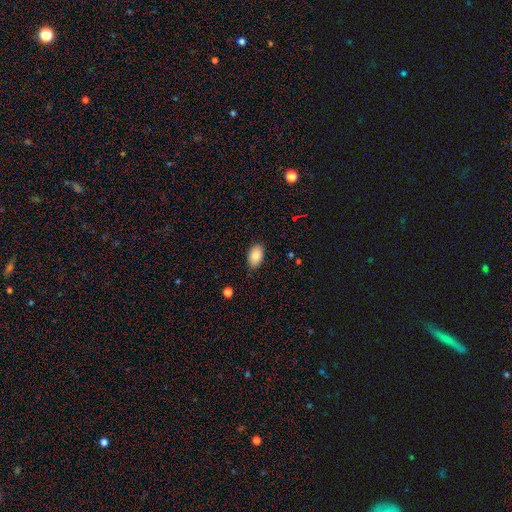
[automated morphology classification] smooth_or_featured: smooth (p=0.86) [alt: star or artifact p=0.07]
how_rounded: in between (p=0.91) [alt: round p=0.08]
merging: none (p=0.82) [alt: minor disturbance p=0.15]